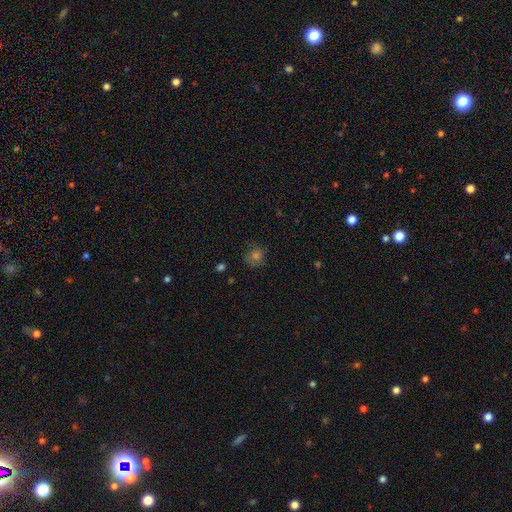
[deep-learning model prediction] Smooth or featured?
  - smooth: 59% *
  - star or artifact: 21%
  - featured or disk: 19%
How rounded?
  - round: 84% *
  - in between: 15%
  - cigar-shaped: 1%
Merging?
  - none: 76% *
  - minor disturbance: 16%
  - major disturbance: 6%
  - merger: 2%